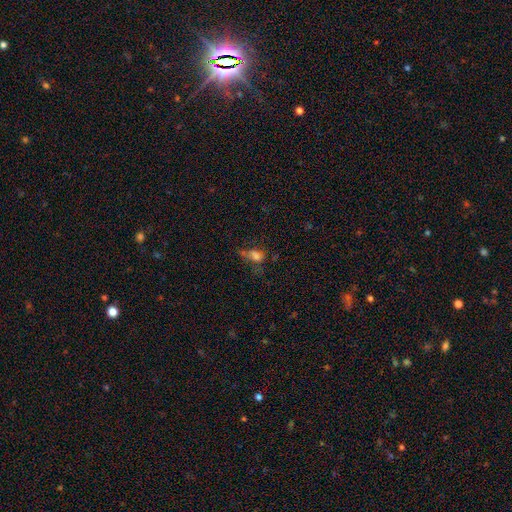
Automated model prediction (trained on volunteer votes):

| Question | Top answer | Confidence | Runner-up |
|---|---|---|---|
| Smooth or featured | smooth | 62% | star or artifact (21%) |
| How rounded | in between | 72% | round (19%) |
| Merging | major disturbance | 35% | none (32%) |